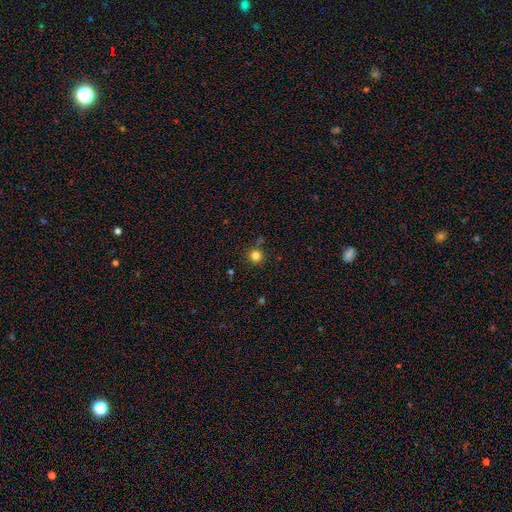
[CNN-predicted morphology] Smooth or featured? Predicted: smooth (p=0.81). How rounded? Predicted: round (p=0.95). Merging? Predicted: none (p=0.86).